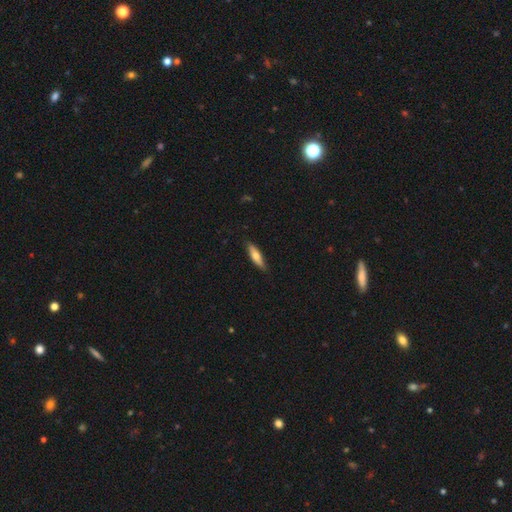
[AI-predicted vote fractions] This is likely a smooth galaxy (60%). How rounded: likely cigar-shaped (71%). Merging: clearly none (86%).